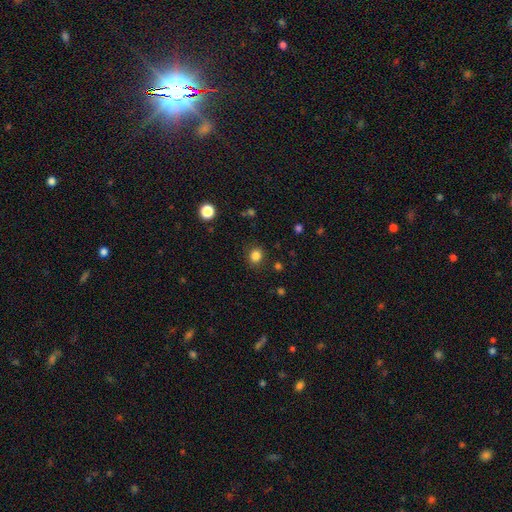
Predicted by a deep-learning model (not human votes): This is clearly a smooth galaxy (83%). How rounded: likely round (76%). Merging: clearly none (87%).